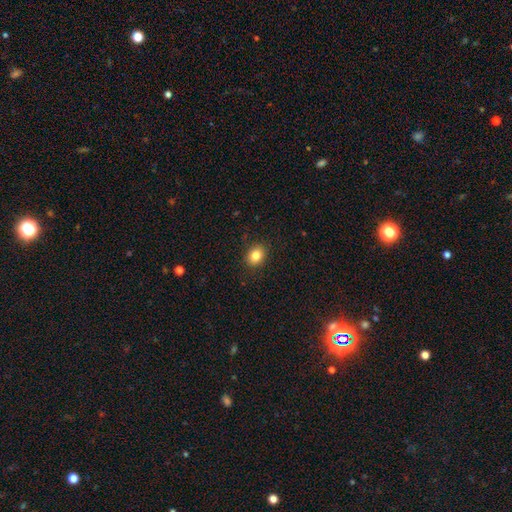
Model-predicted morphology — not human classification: Smooth or featured?
  - smooth: 84% *
  - star or artifact: 10%
  - featured or disk: 6%
How rounded?
  - in between: 54% *
  - round: 45%
  - cigar-shaped: 1%
Merging?
  - none: 89% *
  - minor disturbance: 8%
  - major disturbance: 2%
  - merger: 1%